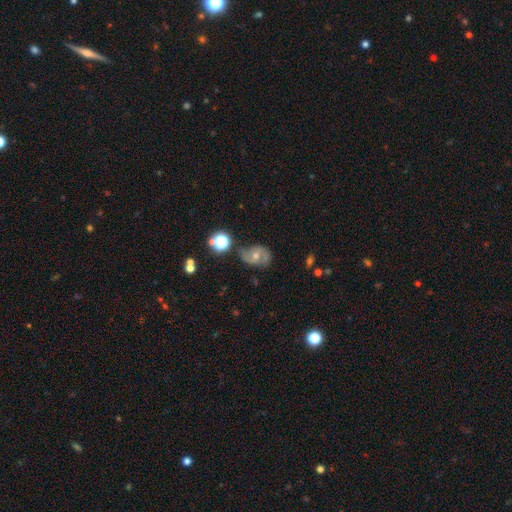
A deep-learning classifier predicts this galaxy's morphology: featured or disk 66%, smooth 22%, star or artifact 12%. Down the decision tree: edge-on disk — no (96%); bar — no (61%); spiral arms — yes (87%); spiral arm count — 2 (81%); spiral winding — medium (47%); bulge size — moderate (60%); merging — none (66%).